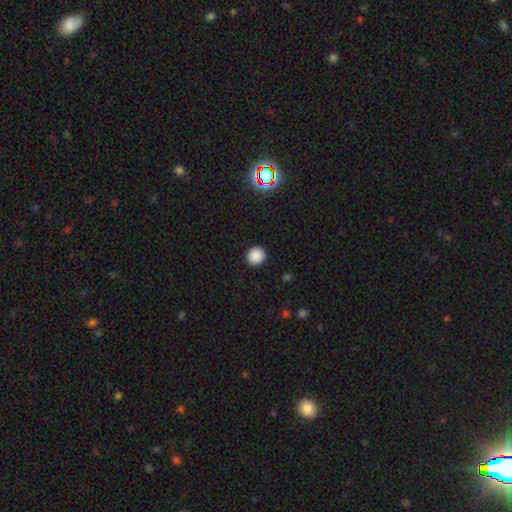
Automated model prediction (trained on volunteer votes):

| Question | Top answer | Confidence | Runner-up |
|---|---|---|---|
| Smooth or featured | smooth | 87% | star or artifact (10%) |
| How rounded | round | 92% | in between (7%) |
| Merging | none | 93% | minor disturbance (5%) |